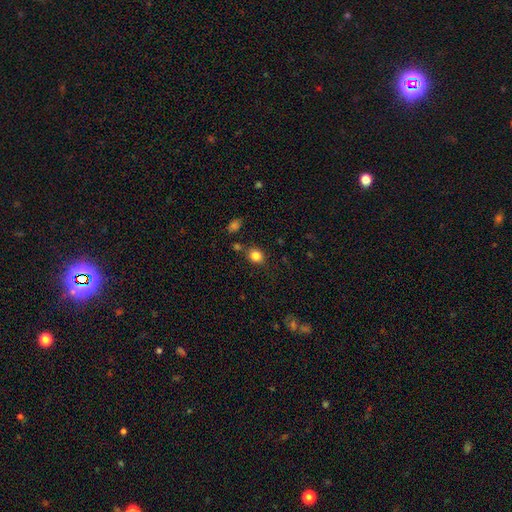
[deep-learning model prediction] Overall: smooth (84%). How rounded: round (66%; in between 33%). Merging: none (79%).